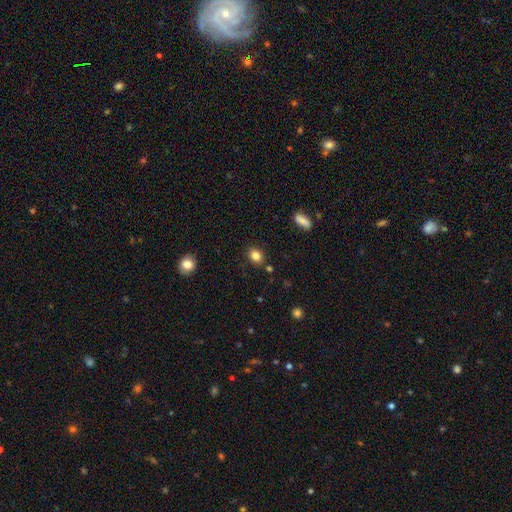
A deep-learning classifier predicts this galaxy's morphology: This is clearly a smooth galaxy (83%). How rounded: possibly round (55%). Merging: clearly none (85%).